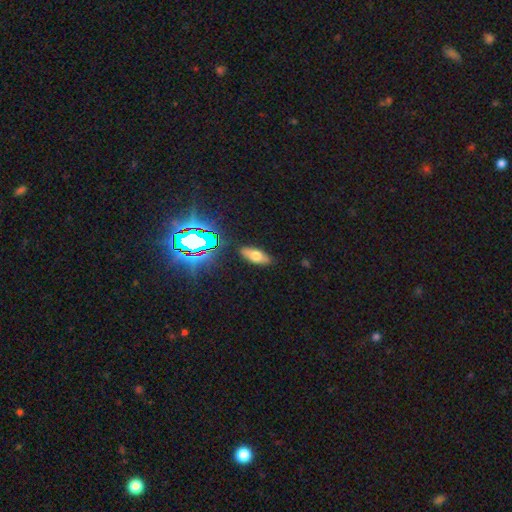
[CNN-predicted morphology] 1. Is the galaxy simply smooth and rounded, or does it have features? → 59% smooth, 23% featured or disk, 18% star or artifact.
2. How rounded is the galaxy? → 79% in between, 17% cigar-shaped, 4% round.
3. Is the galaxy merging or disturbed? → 85% none, 10% minor disturbance, 3% major disturbance, 2% merger.